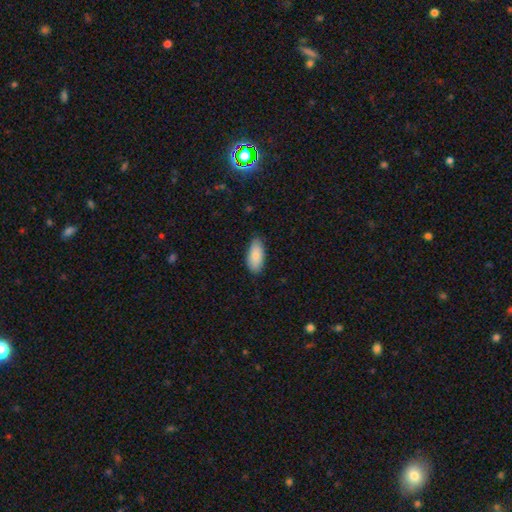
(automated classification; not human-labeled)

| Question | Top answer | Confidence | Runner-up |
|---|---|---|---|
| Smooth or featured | smooth | 84% | featured or disk (10%) |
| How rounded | in between | 89% | cigar-shaped (9%) |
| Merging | none | 80% | minor disturbance (17%) |